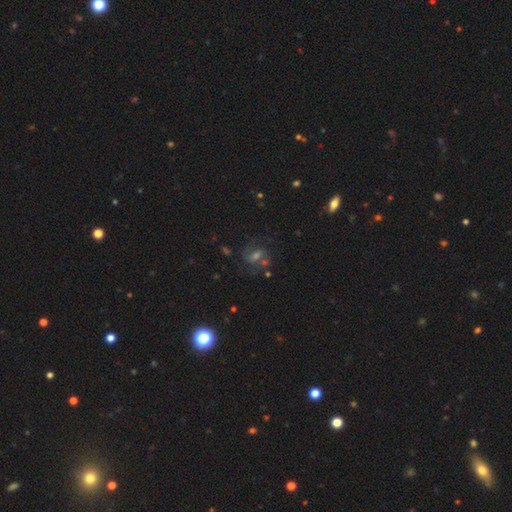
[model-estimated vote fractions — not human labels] smooth_or_featured: featured or disk (p=0.38) [alt: star or artifact p=0.33]
merging: none (p=0.65) [alt: minor disturbance p=0.16]